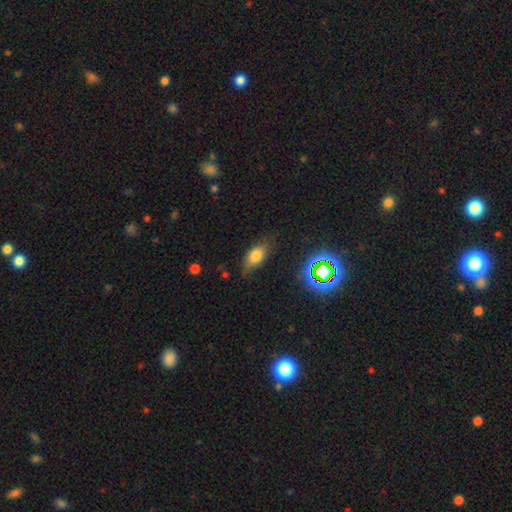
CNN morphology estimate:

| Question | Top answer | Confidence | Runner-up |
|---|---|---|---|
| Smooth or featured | smooth | 72% | featured or disk (16%) |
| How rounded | in between | 84% | cigar-shaped (10%) |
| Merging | none | 74% | minor disturbance (19%) |